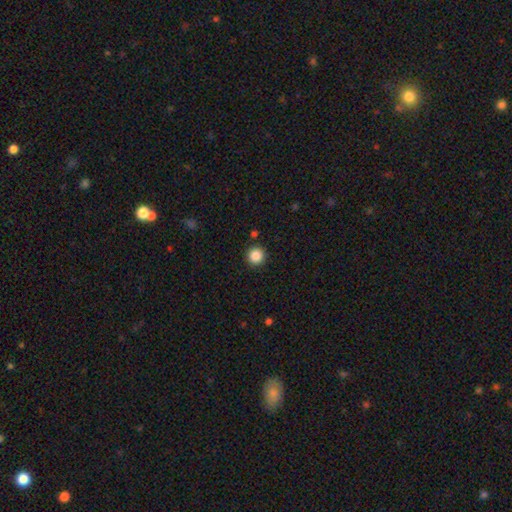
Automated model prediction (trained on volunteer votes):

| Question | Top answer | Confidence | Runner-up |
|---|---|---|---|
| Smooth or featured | smooth | 86% | star or artifact (10%) |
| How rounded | round | 96% | in between (3%) |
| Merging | none | 91% | minor disturbance (5%) |